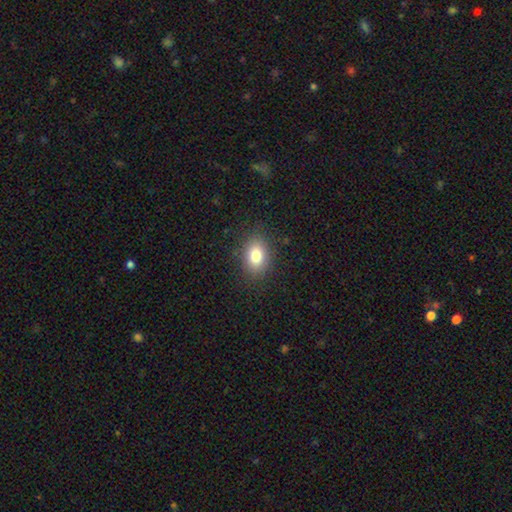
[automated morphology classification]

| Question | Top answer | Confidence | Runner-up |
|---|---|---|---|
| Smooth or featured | smooth | 82% | star or artifact (10%) |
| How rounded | in between | 76% | round (22%) |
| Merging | none | 86% | minor disturbance (10%) |